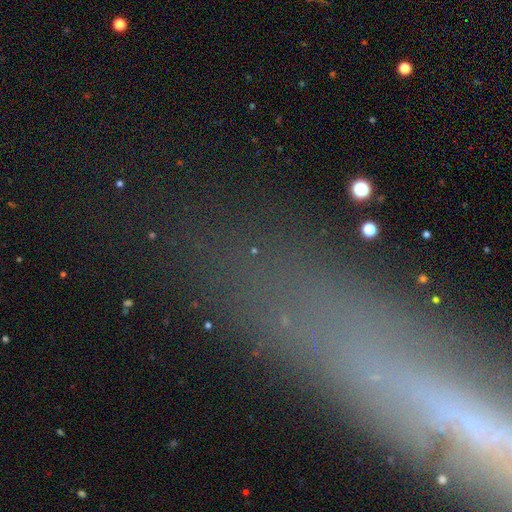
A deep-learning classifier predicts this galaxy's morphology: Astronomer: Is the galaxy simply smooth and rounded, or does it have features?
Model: star or artifact — 42% (runner-up: smooth, 32%).